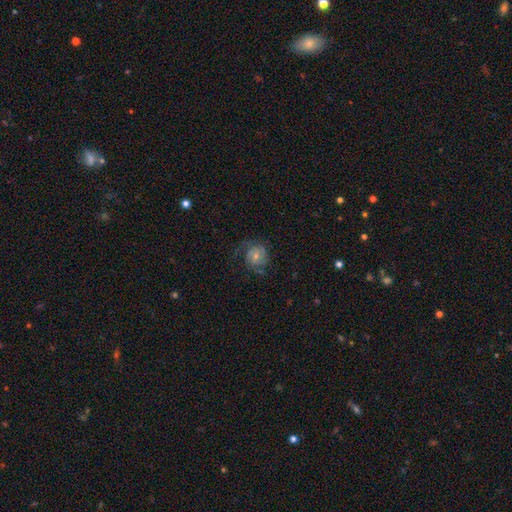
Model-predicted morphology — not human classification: Smooth or featured? Predicted: featured or disk (p=0.68). Edge-on disk? Predicted: no (p=0.97). Bar? Predicted: no (p=0.76). Spiral arms? Predicted: yes (p=0.89). Spiral winding? Predicted: tight (p=0.46). Spiral arm count? Predicted: 2 (p=0.45). Bulge size? Predicted: small (p=0.52). Merging? Predicted: none (p=0.64).